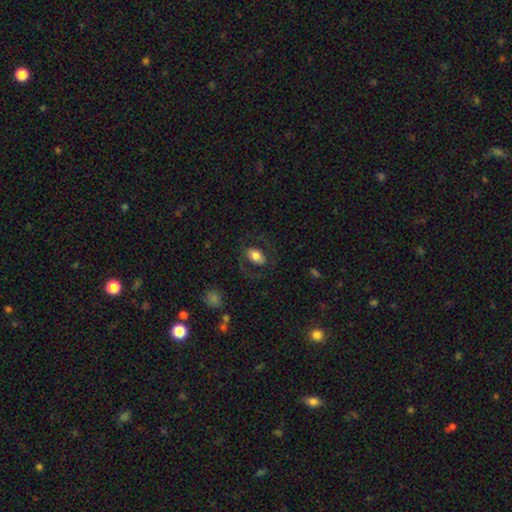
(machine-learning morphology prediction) A smooth galaxy with no disk features (63%) that is in between round and cigar-shaped (86%).

Vote fractions:
- Smooth or featured? smooth: 63% / featured or disk: 29% / star or artifact: 8%
- How rounded? in between: 86% / round: 12% / cigar-shaped: 2%
- Merging? none: 71% / minor disturbance: 14% / major disturbance: 14% / merger: 1%